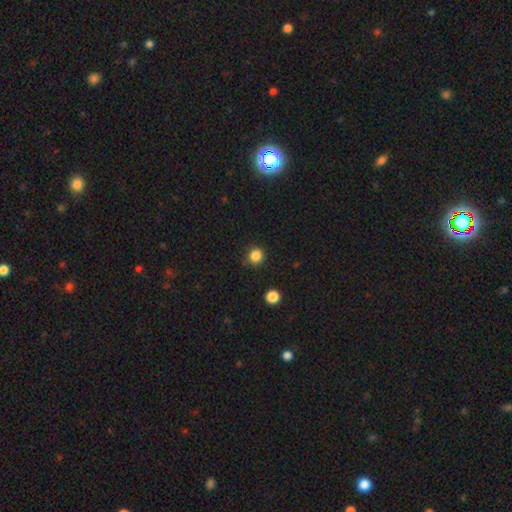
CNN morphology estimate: This appears to be a smooth galaxy with no disk features (84%) that is round (91%). Merging: none (87%).